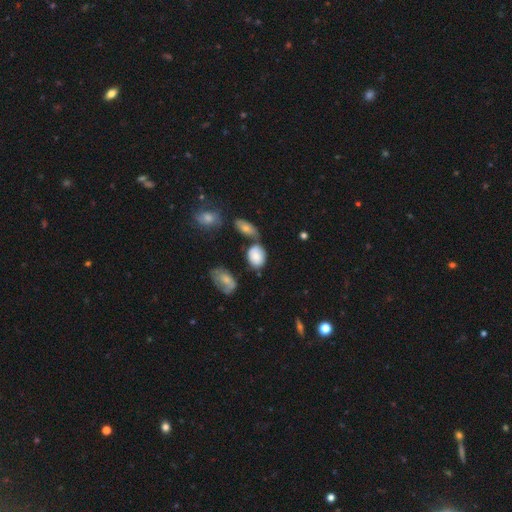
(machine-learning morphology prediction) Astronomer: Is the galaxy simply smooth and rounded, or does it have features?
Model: smooth — 78%.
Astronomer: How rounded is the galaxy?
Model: in between — 72%.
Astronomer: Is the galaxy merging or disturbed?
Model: none — 55%.